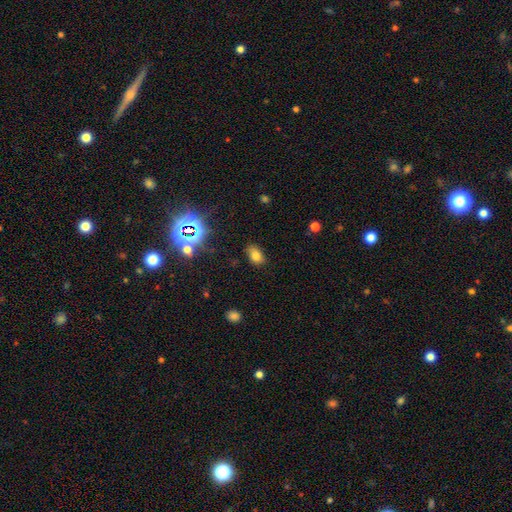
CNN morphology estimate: Smooth or featured: smooth — 73% (star or artifact — 18%)
How rounded: in between — 85% (round — 14%)
Merging: none — 75% (minor disturbance — 18%)